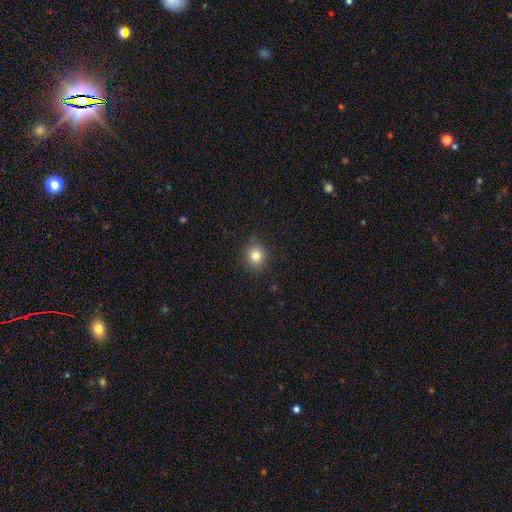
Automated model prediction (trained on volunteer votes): smooth-or-featured: smooth: 82% | star or artifact: 12% | featured or disk: 6%
  how-rounded: round: 86% | in between: 13% | cigar-shaped: 1%
  merging: none: 87% | minor disturbance: 10% | major disturbance: 3% | merger: 1%